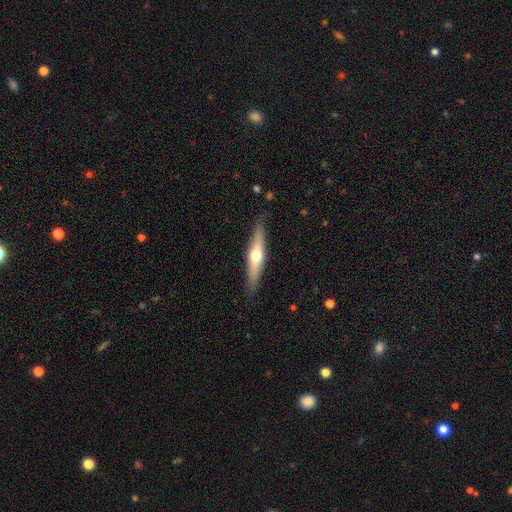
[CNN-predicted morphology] featured or disk 51%, smooth 44%, star or artifact 5%. Down the decision tree: edge-on disk — yes (91%); merging — none (87%).